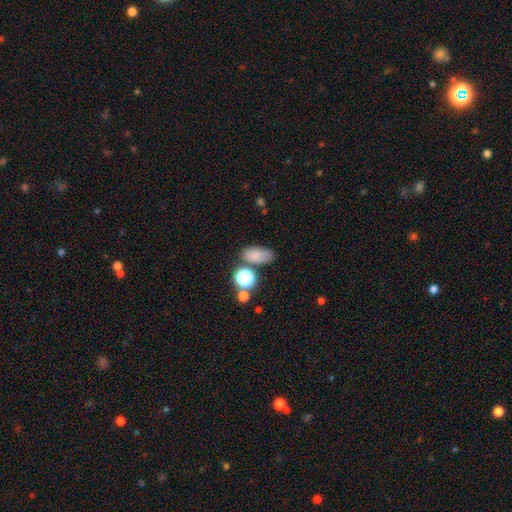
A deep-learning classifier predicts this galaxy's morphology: Smooth or featured? smooth (77%)
How rounded? in between (84%)
Merging? none (63%)